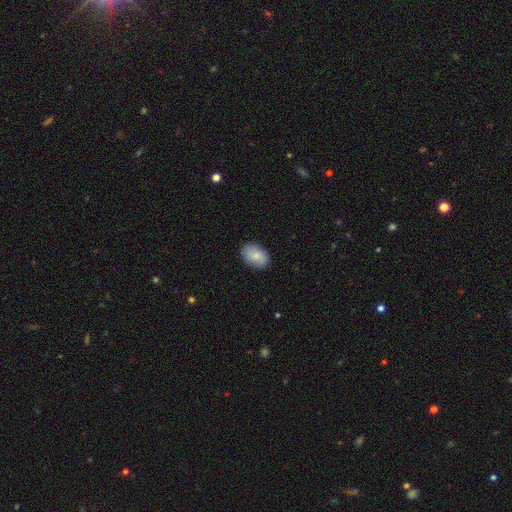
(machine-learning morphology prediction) Q: Smooth or featured?
A: smooth (78%); runner-up: featured or disk (15%)
Q: How rounded?
A: in between (86%); runner-up: round (12%)
Q: Merging?
A: none (86%); runner-up: minor disturbance (11%)